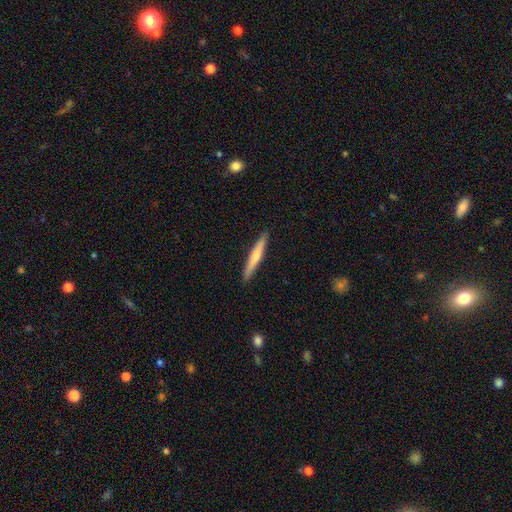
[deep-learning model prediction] Morphology: type=featured or disk (52%); edge-on=yes (97%); edge-on bulge=rounded (75%); merging=none (91%).